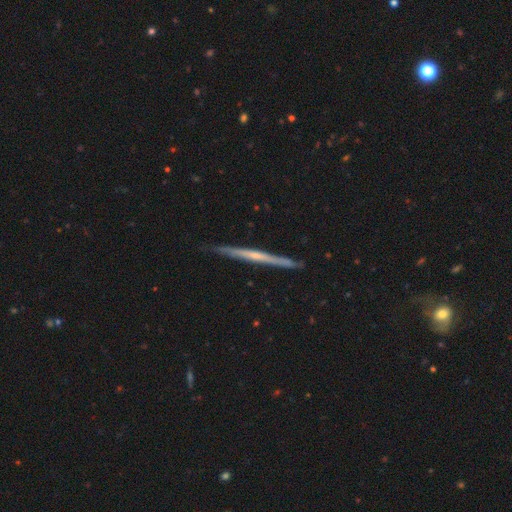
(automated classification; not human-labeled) Smooth or featured: featured or disk — 70% (smooth — 24%)
Edge-on disk: yes — 98% (no — 2%)
Edge-on bulge: none — 59% (rounded — 35%)
Merging: none — 89% (minor disturbance — 9%)